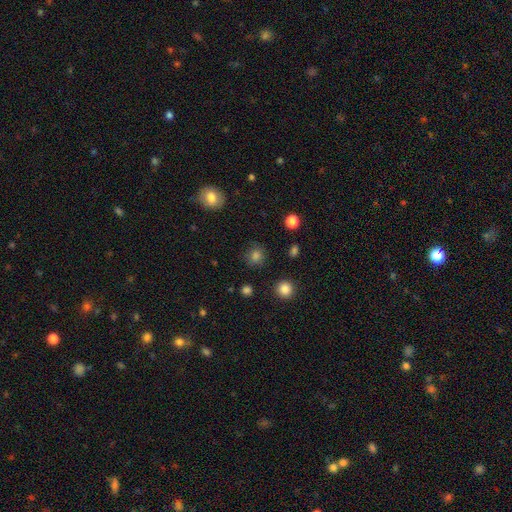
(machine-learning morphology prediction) Overall: smooth (81%). How rounded: round (90%). Merging: none (86%).